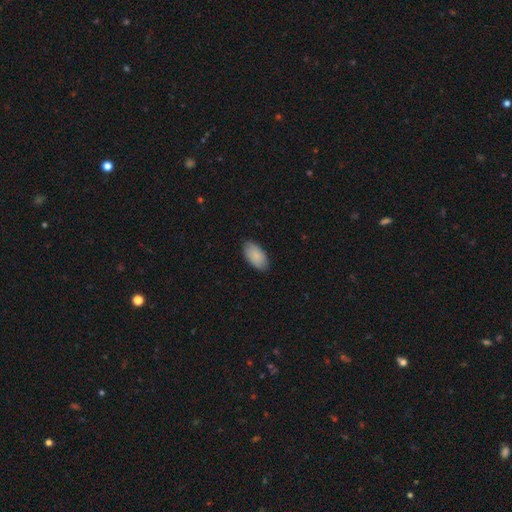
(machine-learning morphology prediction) type=smooth (89%); roundness=in between (95%); merging=none (86%).